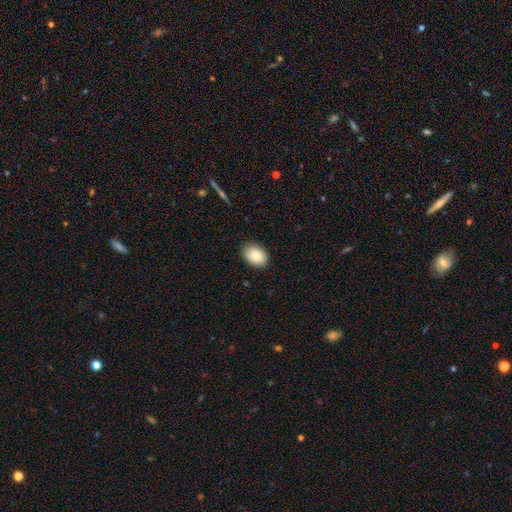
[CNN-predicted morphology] Smooth or featured?
  - smooth: 85% *
  - featured or disk: 8%
  - star or artifact: 7%
How rounded?
  - in between: 82% *
  - round: 17%
  - cigar-shaped: 1%
Merging?
  - none: 89% *
  - minor disturbance: 8%
  - major disturbance: 2%
  - merger: 1%